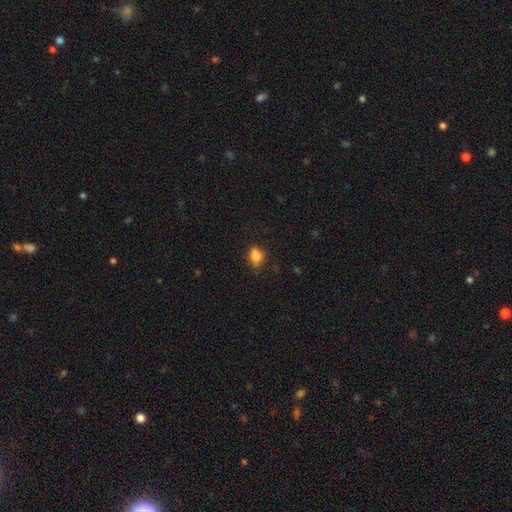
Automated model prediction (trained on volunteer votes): Overall: smooth (82%). How rounded: in between (55%; round 44%). Merging: none (62%; minor disturbance 27%).